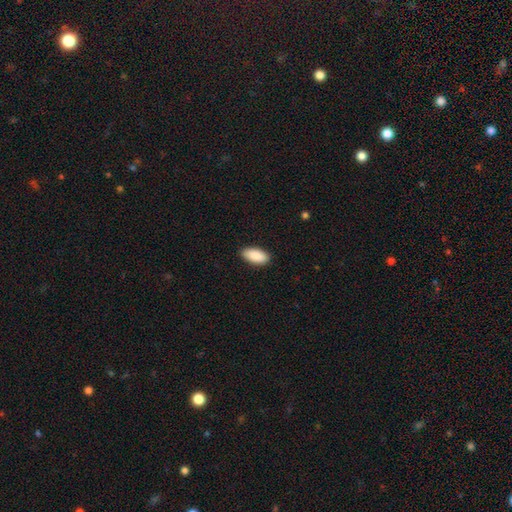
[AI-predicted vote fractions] Smooth or featured? smooth (90%)
How rounded? in between (92%)
Merging? none (89%)